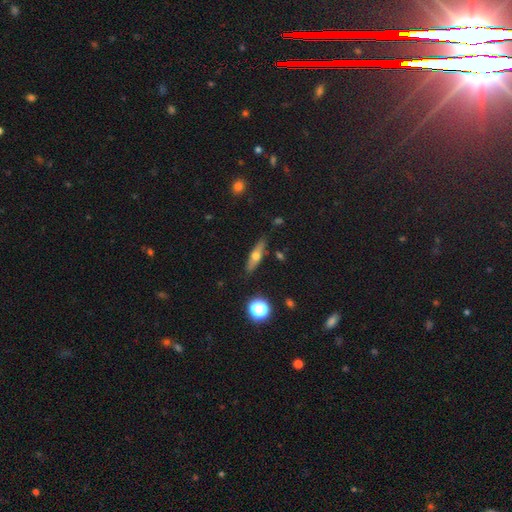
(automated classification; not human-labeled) This appears to be a smooth galaxy with no disk features (48%). Merging: none (83%).